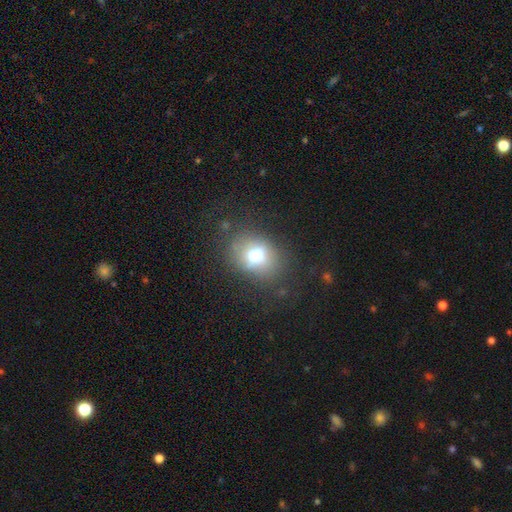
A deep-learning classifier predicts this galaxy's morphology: Smooth or featured?
  - smooth: 65% *
  - featured or disk: 21%
  - star or artifact: 14%
How rounded?
  - in between: 51% *
  - round: 48%
  - cigar-shaped: 1%
Merging?
  - none: 72% *
  - minor disturbance: 16%
  - major disturbance: 9%
  - merger: 2%